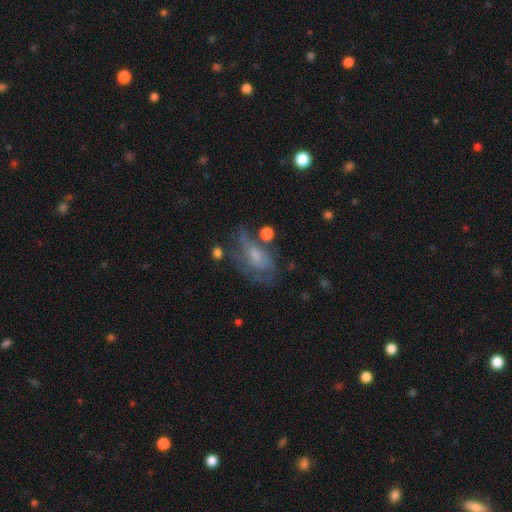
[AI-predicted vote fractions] featured or disk 53%, smooth 37%, star or artifact 10%. Down the decision tree: edge-on disk — no (93%); merging — none (39%).